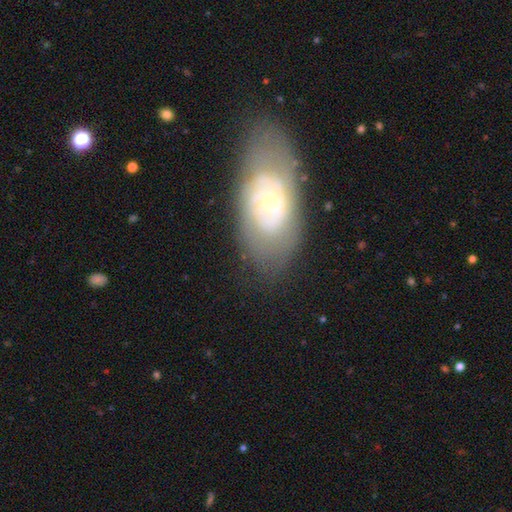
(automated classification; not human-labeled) This is likely a featured or disk galaxy (62%). It is clearly not viewed edge-on (89%). Bar: likely no (71%). Spiral arm pattern: possibly yes (52%). Central bulge: likely small (60%). Merging: likely none (76%).